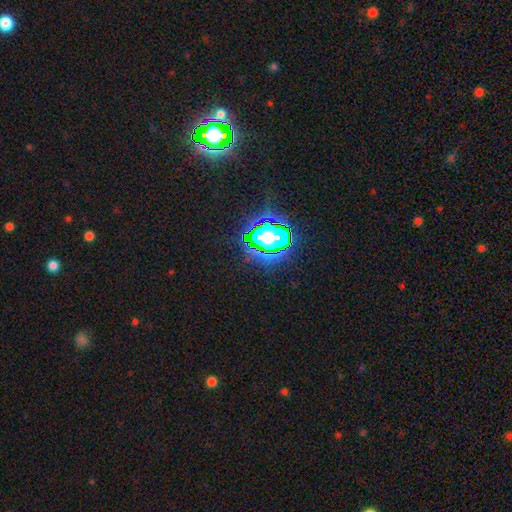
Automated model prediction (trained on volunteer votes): Q: Smooth or featured?
A: star or artifact (83%); runner-up: smooth (10%)